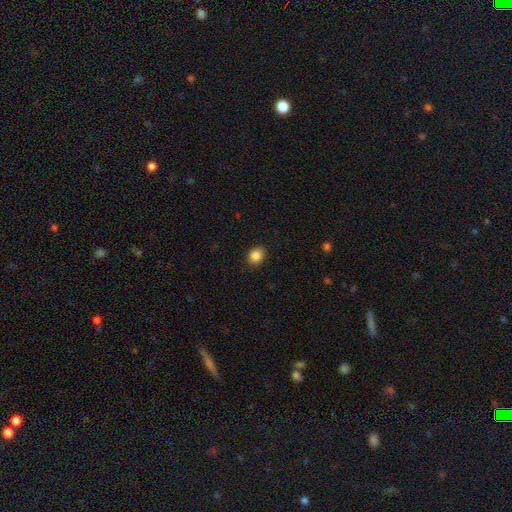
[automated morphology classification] smooth-or-featured: smooth: 86% | star or artifact: 10% | featured or disk: 4%
  how-rounded: round: 57% | in between: 42% | cigar-shaped: 1%
  merging: none: 87% | minor disturbance: 9% | major disturbance: 2% | merger: 1%